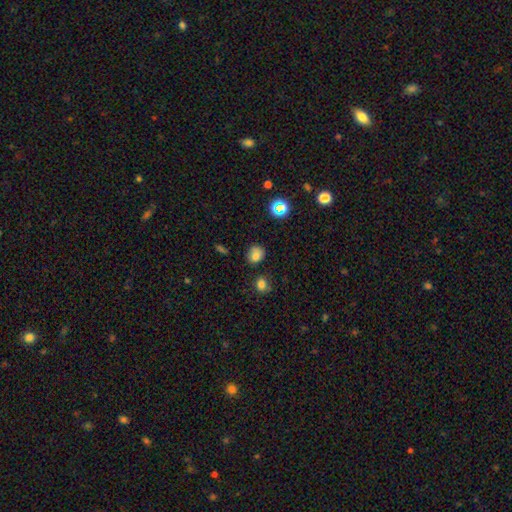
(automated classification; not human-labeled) Smooth or featured? Predicted: smooth (p=0.76). How rounded? Predicted: round (p=0.73). Merging? Predicted: none (p=0.75).